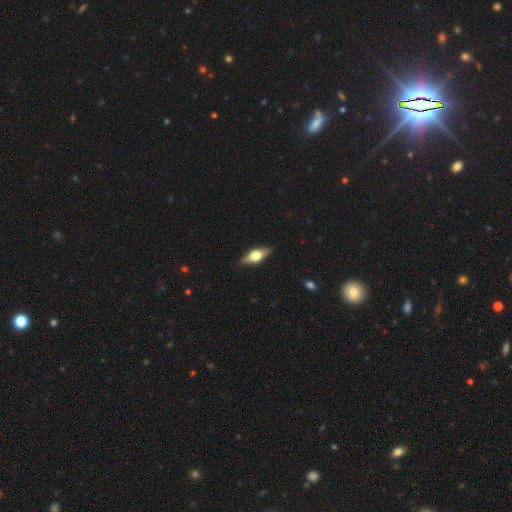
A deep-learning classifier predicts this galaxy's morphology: A featured or disk galaxy (53%) viewed edge-on (90%). Merging: none (86%).